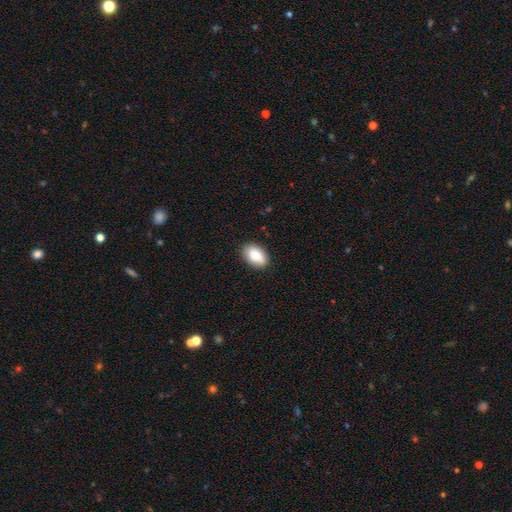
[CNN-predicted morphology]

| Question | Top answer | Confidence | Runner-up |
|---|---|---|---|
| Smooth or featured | smooth | 81% | featured or disk (12%) |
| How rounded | in between | 89% | round (9%) |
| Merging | none | 85% | minor disturbance (11%) |